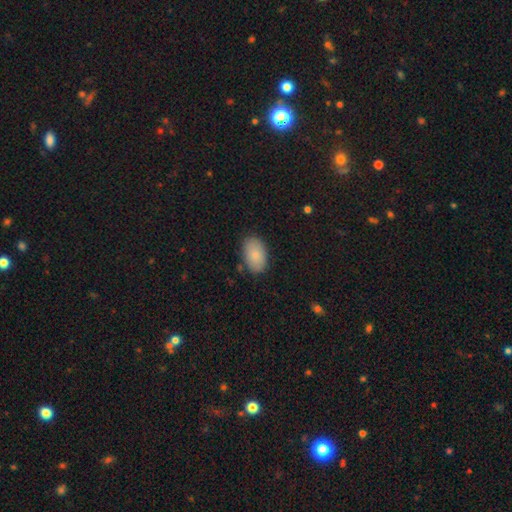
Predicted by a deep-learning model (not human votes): The model was most divided on "merging": none: 83%, minor disturbance: 12%, major disturbance: 3%, merger: 2%. More confident: how rounded — in between (92%); smooth or featured — smooth (85%).